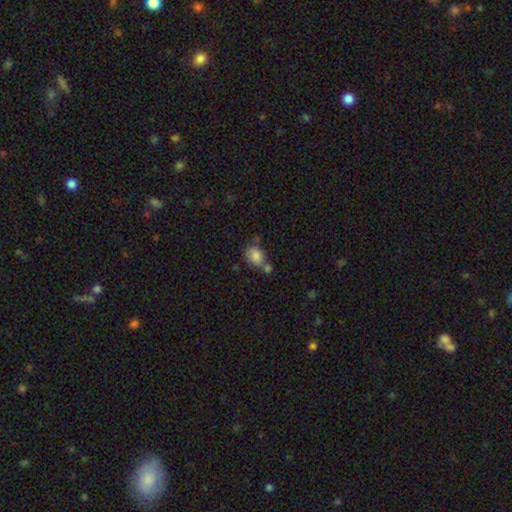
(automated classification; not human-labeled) This appears to be a smooth galaxy with no disk features (82%) that is in between round and cigar-shaped (60%). Merging: none (44%).